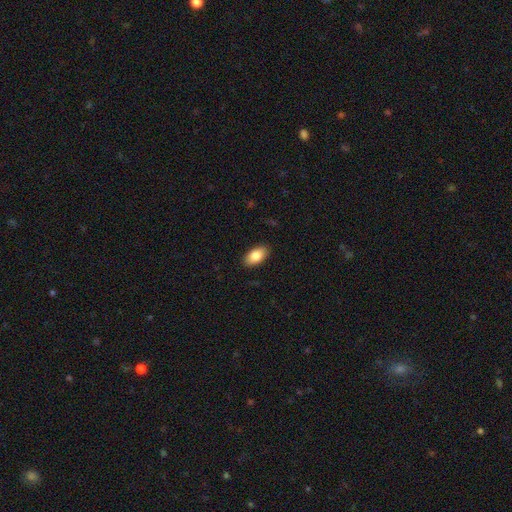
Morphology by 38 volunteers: type=smooth (79%); roundness=in between (93%); merging=none (89%).